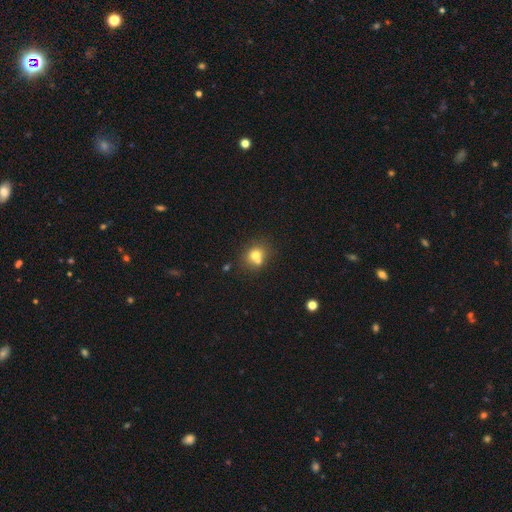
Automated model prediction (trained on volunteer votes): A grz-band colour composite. It shows a smooth galaxy with no disk features (72%) that is round (75%). Merging: none (49%).